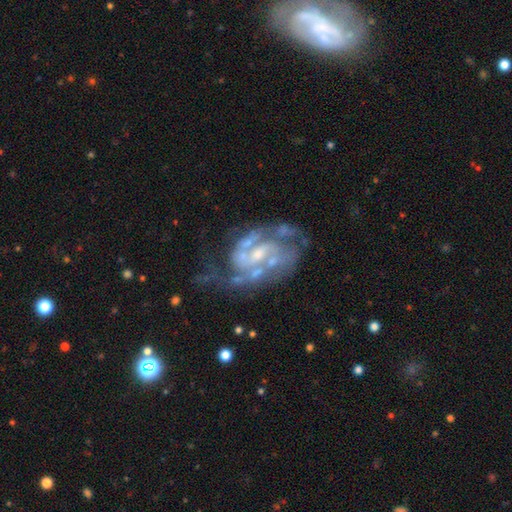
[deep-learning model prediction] A featured or disk galaxy (87%) with a weak bar (47%), 2 (55%) medium (48%) spiral arms (90%) and a small central bulge (53%). Merging: none (48%).